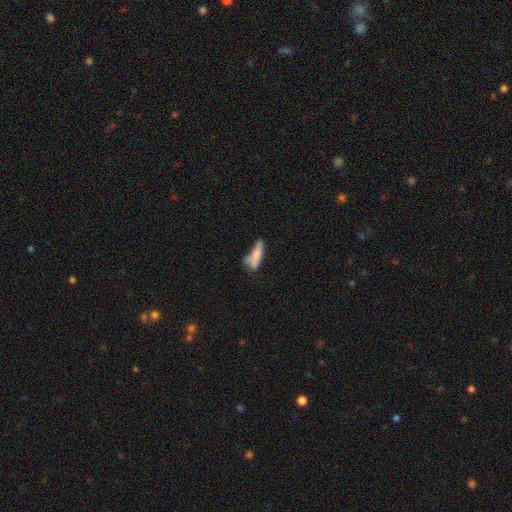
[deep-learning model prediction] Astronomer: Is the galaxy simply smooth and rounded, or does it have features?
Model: smooth — 69%.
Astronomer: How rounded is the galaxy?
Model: cigar-shaped — 67%.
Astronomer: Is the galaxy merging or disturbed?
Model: none — 40% (runner-up: minor disturbance, 25%).